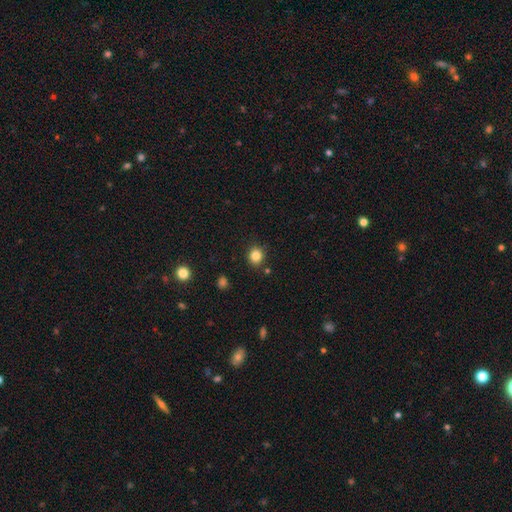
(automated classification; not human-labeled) This is clearly a smooth galaxy (84%). How rounded: clearly round (82%). Merging: clearly none (86%).